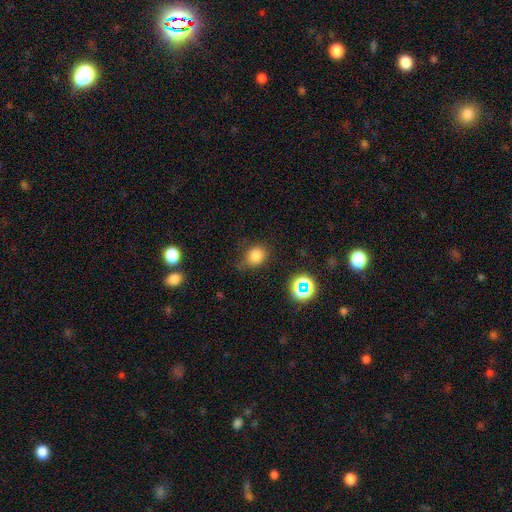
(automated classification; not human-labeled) Q: Smooth or featured?
A: smooth (79%); runner-up: star or artifact (15%)
Q: How rounded?
A: round (75%); runner-up: in between (24%)
Q: Merging?
A: none (65%); runner-up: minor disturbance (25%)